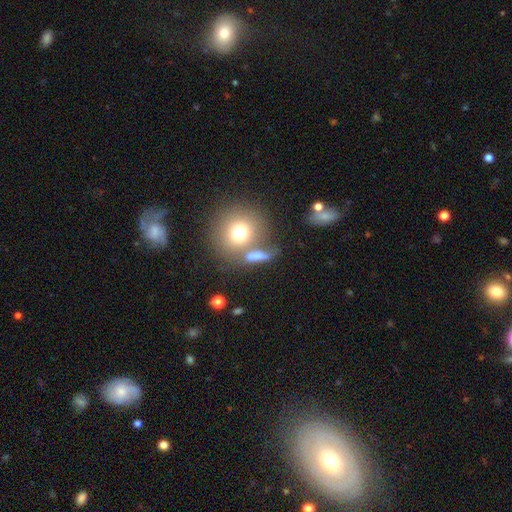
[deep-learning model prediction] This is likely a smooth galaxy (69%). How rounded: possibly round (46%). Merging: possibly none (48%).